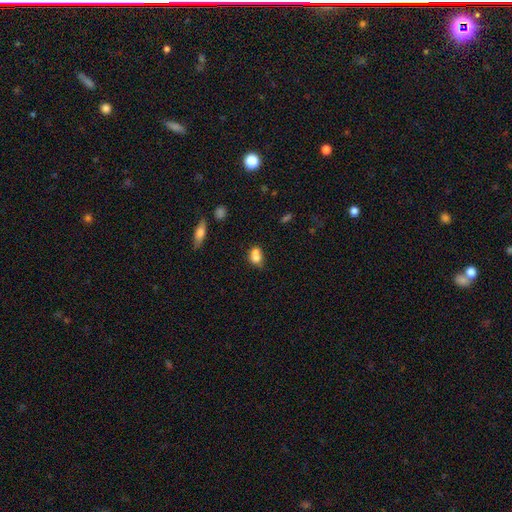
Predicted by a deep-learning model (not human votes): Smooth or featured?
  - smooth: 73% *
  - featured or disk: 16%
  - star or artifact: 10%
How rounded?
  - in between: 55% *
  - round: 42%
  - cigar-shaped: 2%
Merging?
  - merger: 55% *
  - none: 29%
  - minor disturbance: 12%
  - major disturbance: 5%